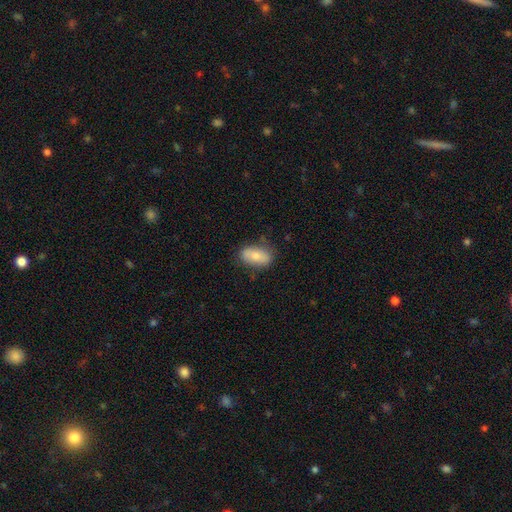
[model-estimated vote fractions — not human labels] Smooth or featured? smooth (76%)
How rounded? in between (90%)
Merging? none (75%)